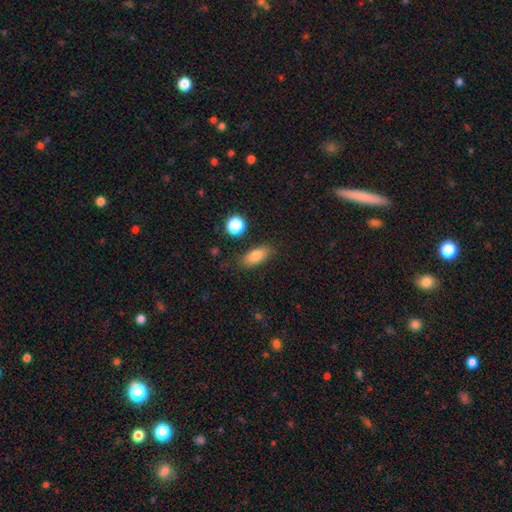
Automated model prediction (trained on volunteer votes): A smooth galaxy with no disk features (80%) that is in between round and cigar-shaped (79%). Merging: none (82%).